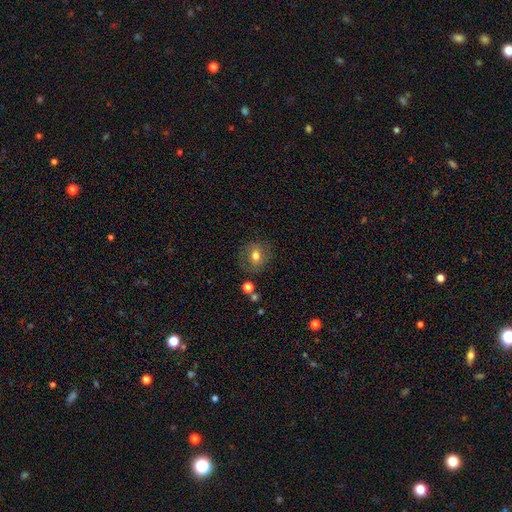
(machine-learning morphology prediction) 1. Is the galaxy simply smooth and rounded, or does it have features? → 68% smooth, 21% featured or disk, 10% star or artifact.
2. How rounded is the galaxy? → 79% round, 20% in between, 1% cigar-shaped.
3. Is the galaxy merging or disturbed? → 79% none, 13% minor disturbance, 5% major disturbance, 3% merger.